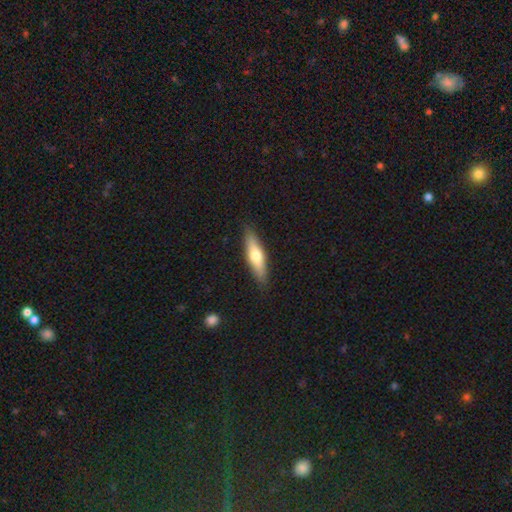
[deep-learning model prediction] Smooth or featured? Predicted: smooth (p=0.57). How rounded? Predicted: cigar-shaped (p=0.68). Merging? Predicted: none (p=0.87).